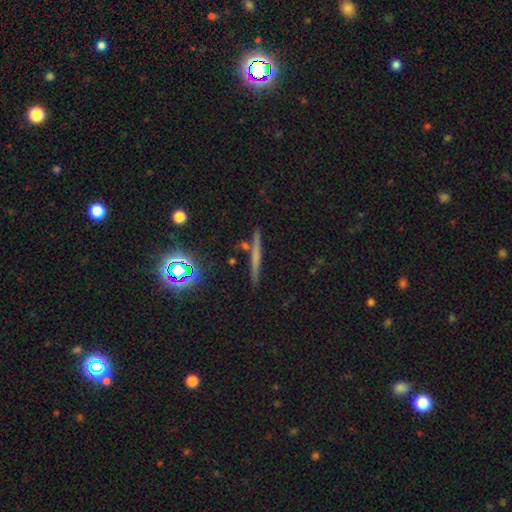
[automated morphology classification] Q: Smooth or featured?
A: featured or disk (43%); runner-up: smooth (41%)
Q: Merging?
A: none (86%); runner-up: minor disturbance (8%)